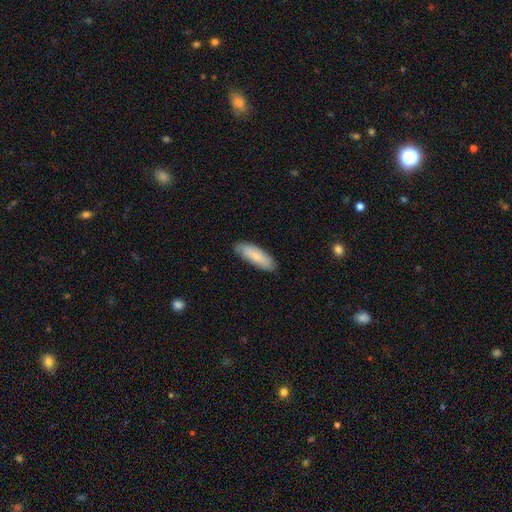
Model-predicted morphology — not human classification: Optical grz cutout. It shows a smooth galaxy with no disk features (74%) that is in between round and cigar-shaped (55%). Merging: none (82%).